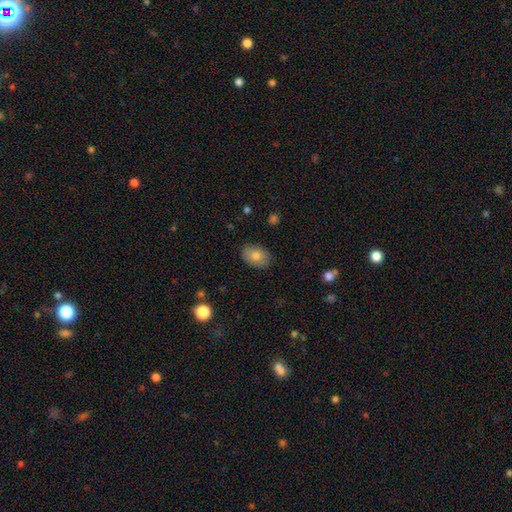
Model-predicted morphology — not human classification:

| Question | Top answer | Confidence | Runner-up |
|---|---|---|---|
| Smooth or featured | smooth | 80% | featured or disk (13%) |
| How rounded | in between | 84% | round (15%) |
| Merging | none | 86% | minor disturbance (10%) |